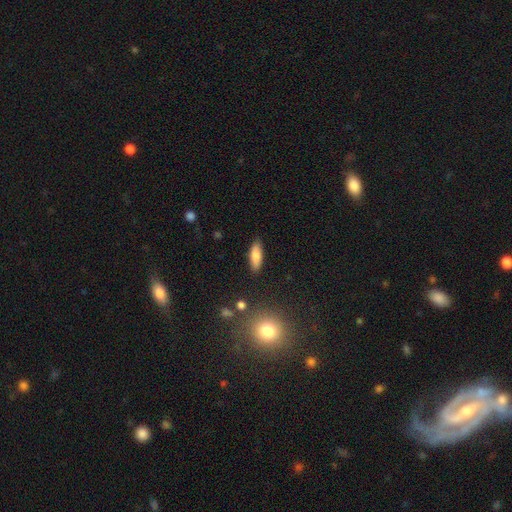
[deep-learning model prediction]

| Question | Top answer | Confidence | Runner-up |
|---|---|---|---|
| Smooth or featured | smooth | 80% | featured or disk (13%) |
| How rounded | in between | 61% | cigar-shaped (37%) |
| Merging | none | 86% | minor disturbance (10%) |